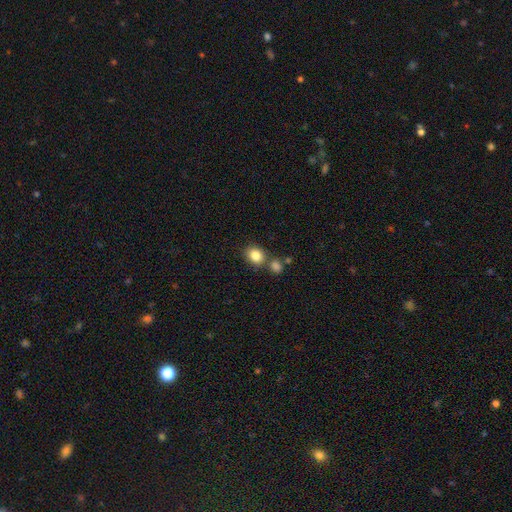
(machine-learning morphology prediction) This appears to be a smooth galaxy with no disk features (84%) that is round (59%). Merging: none (67%).